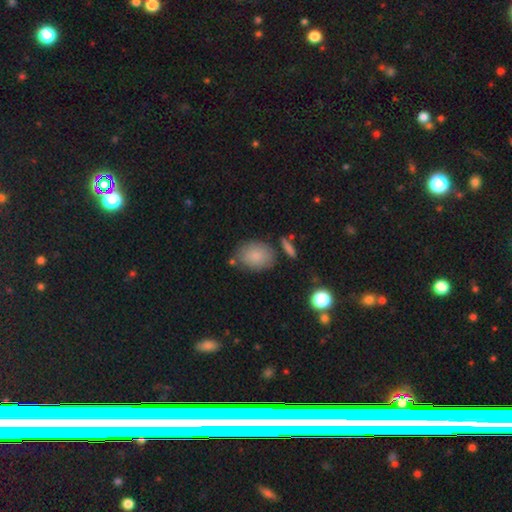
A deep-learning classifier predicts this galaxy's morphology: Smooth or featured?
  - smooth: 84% *
  - featured or disk: 8%
  - star or artifact: 8%
How rounded?
  - in between: 66% *
  - round: 33%
  - cigar-shaped: 2%
Merging?
  - none: 73% *
  - minor disturbance: 16%
  - merger: 8%
  - major disturbance: 4%